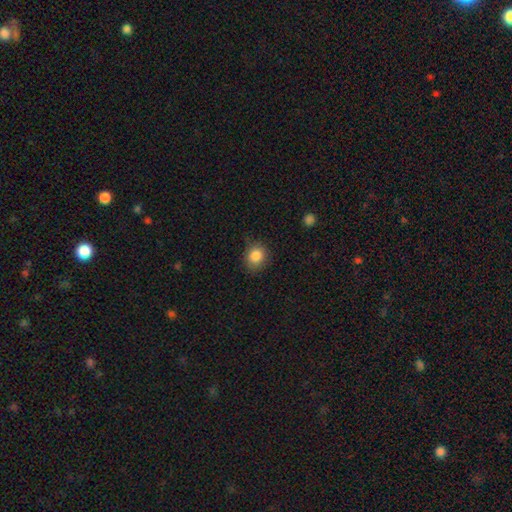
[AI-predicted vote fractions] Smooth or featured? Predicted: smooth (p=0.86). How rounded? Predicted: round (p=0.72). Merging? Predicted: none (p=0.79).